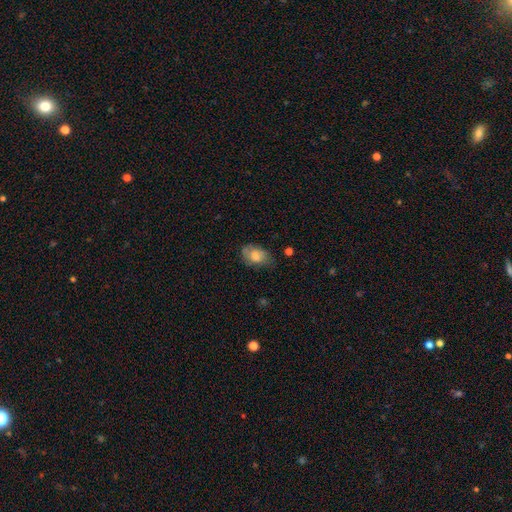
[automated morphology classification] Q: Smooth or featured?
A: smooth (73%); runner-up: featured or disk (19%)
Q: How rounded?
A: in between (85%); runner-up: round (14%)
Q: Merging?
A: none (55%); runner-up: minor disturbance (31%)